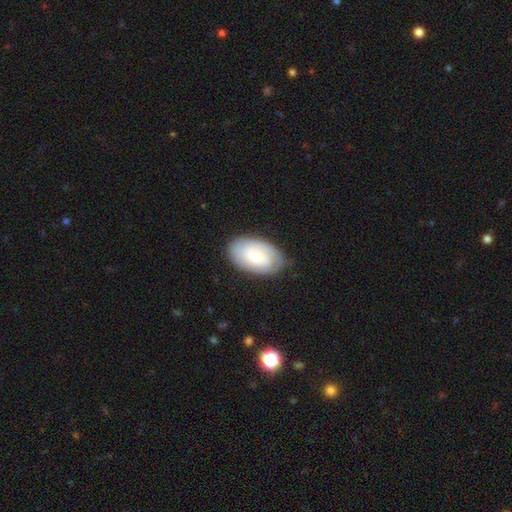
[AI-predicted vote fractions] smooth-or-featured: smooth: 51% | featured or disk: 43% | star or artifact: 6%
  how-rounded: in between: 92% | round: 7% | cigar-shaped: 1%
  merging: none: 80% | minor disturbance: 15% | major disturbance: 4% | merger: 1%